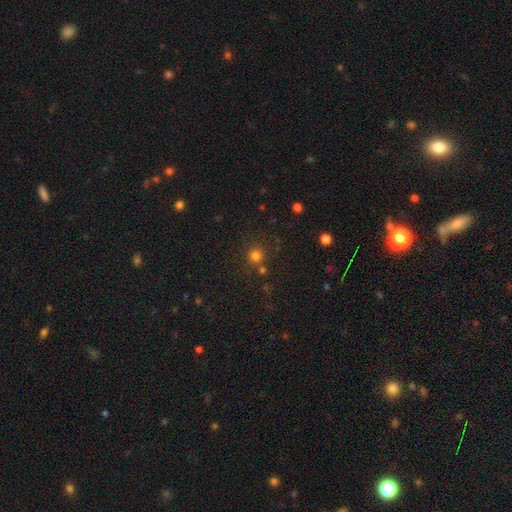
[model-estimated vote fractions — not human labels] The model was most divided on "smooth or featured": smooth: 77%, star or artifact: 17%, featured or disk: 6%. More confident: how rounded — round (91%); merging — none (76%).